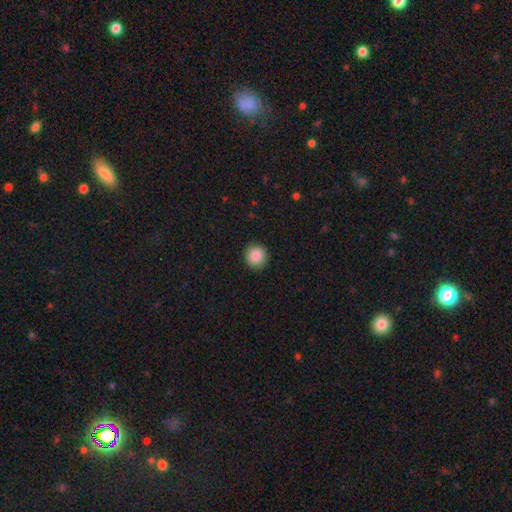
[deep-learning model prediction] A smooth galaxy with no disk features (88%) that is round (92%).

Vote fractions:
- Smooth or featured? smooth: 88% / star or artifact: 8% / featured or disk: 3%
- How rounded? round: 92% / in between: 7% / cigar-shaped: 1%
- Merging? none: 90% / minor disturbance: 7% / major disturbance: 2% / merger: 1%